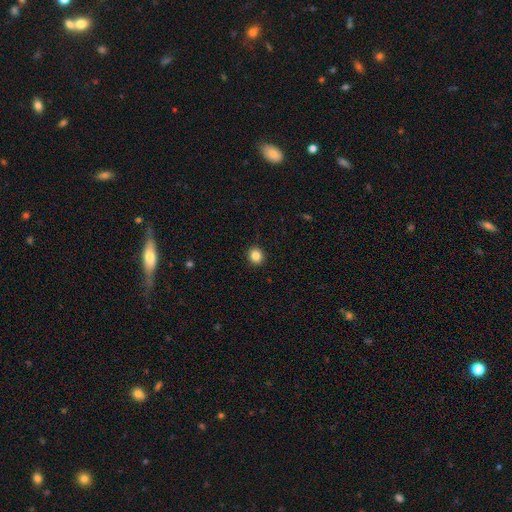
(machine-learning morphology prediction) Smooth or featured? smooth (85%)
How rounded? round (87%)
Merging? none (92%)